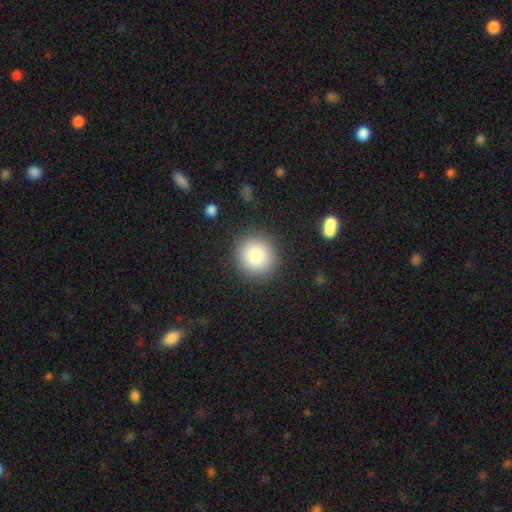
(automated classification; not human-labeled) smooth 81%, star or artifact 10%, featured or disk 9%. Down the decision tree: how rounded — round (93%); merging — none (89%).